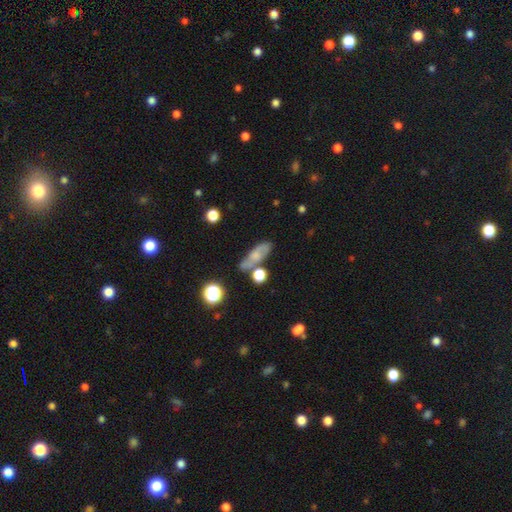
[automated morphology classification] Q: Smooth or featured?
A: smooth (49%); runner-up: featured or disk (38%)
Q: Merging?
A: none (61%); runner-up: minor disturbance (20%)